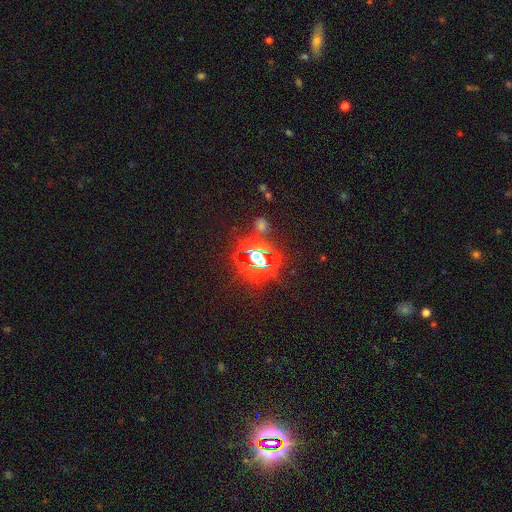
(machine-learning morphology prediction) A star or artifact, not a galaxy (76%).

Vote fractions:
- Smooth or featured? star or artifact: 76% / smooth: 15% / featured or disk: 9%